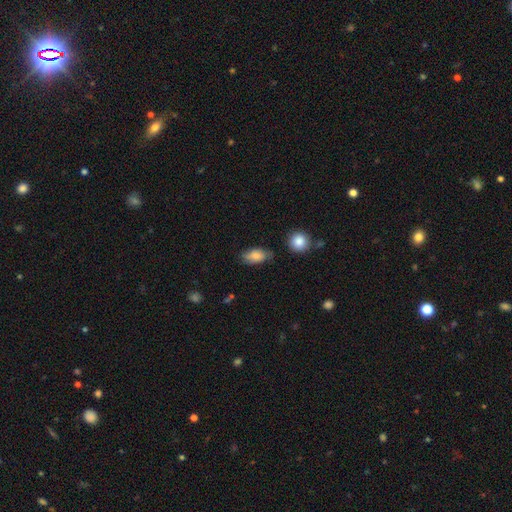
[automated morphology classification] Smooth or featured? smooth (77%)
How rounded? in between (90%)
Merging? none (67%)